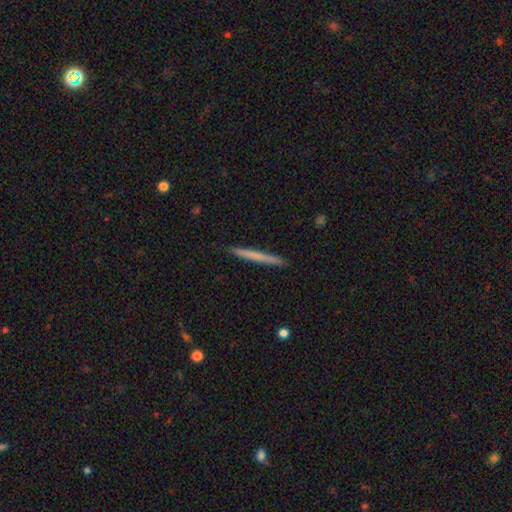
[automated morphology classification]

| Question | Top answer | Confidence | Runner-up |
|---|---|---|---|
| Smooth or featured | smooth | 63% | featured or disk (32%) |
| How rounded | cigar-shaped | 97% | in between (2%) |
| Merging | none | 92% | minor disturbance (5%) |